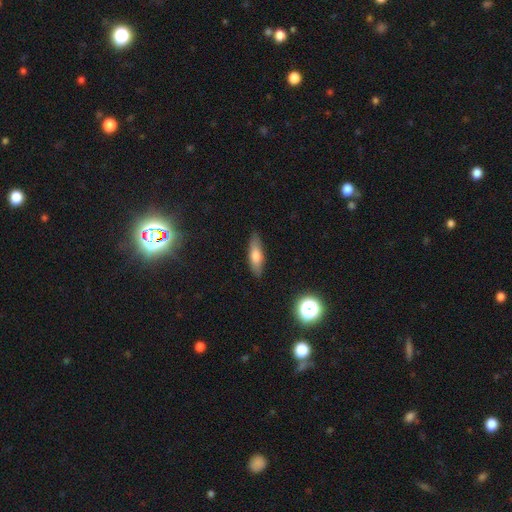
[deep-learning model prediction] smooth 69%, featured or disk 24%, star or artifact 8%. Down the decision tree: how rounded — cigar-shaped (52%); merging — none (86%).